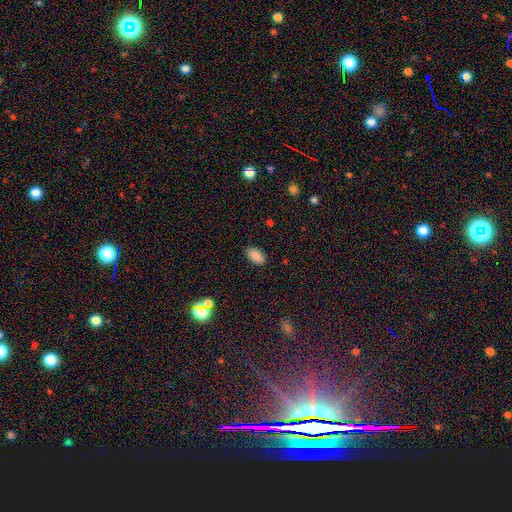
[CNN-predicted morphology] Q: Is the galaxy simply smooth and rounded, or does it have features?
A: smooth — 87%.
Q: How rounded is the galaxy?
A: in between — 94%.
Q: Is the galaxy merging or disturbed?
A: none — 88%.